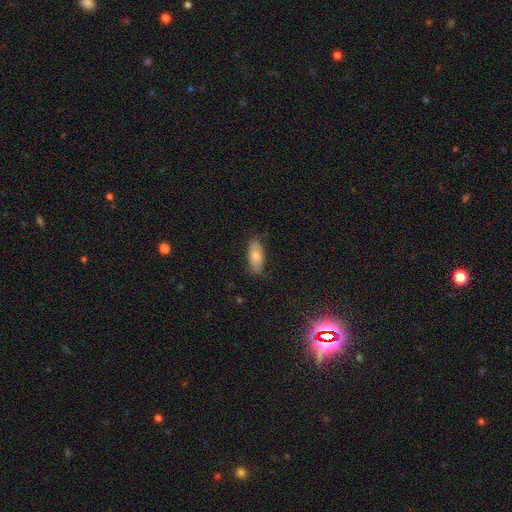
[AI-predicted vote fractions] smooth_or_featured: smooth (p=0.74) [alt: featured or disk p=0.20]
how_rounded: in between (p=0.85) [alt: cigar-shaped p=0.12]
merging: none (p=0.79) [alt: minor disturbance p=0.17]